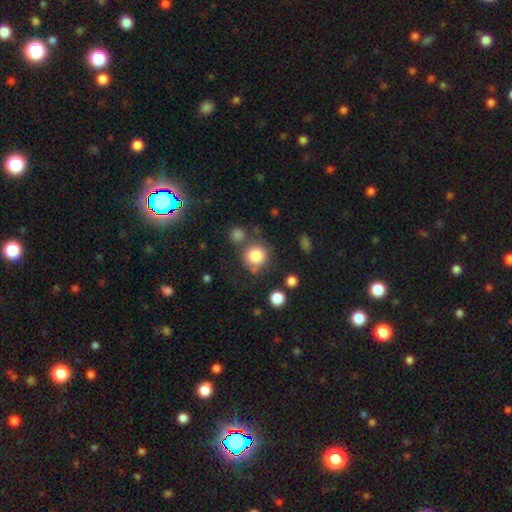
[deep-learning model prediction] The model was most divided on "merging": none: 69%, merger: 13%, minor disturbance: 12%, major disturbance: 5%. More confident: how rounded — round (91%); smooth or featured — smooth (82%).